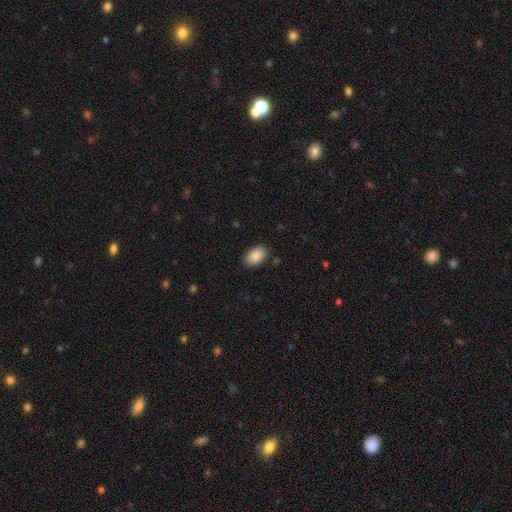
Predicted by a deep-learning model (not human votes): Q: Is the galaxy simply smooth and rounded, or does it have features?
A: smooth — 88%.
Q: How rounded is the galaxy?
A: in between — 89%.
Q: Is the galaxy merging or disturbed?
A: none — 86%.